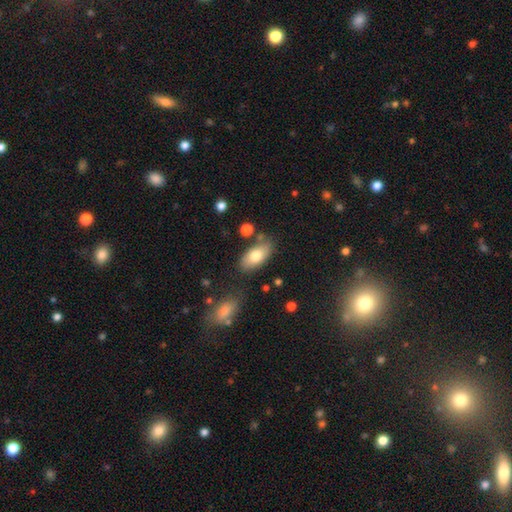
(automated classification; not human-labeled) smooth_or_featured: smooth (p=0.75) [alt: featured or disk p=0.18]
how_rounded: in between (p=0.91) [alt: cigar-shaped p=0.06]
merging: none (p=0.76) [alt: minor disturbance p=0.14]